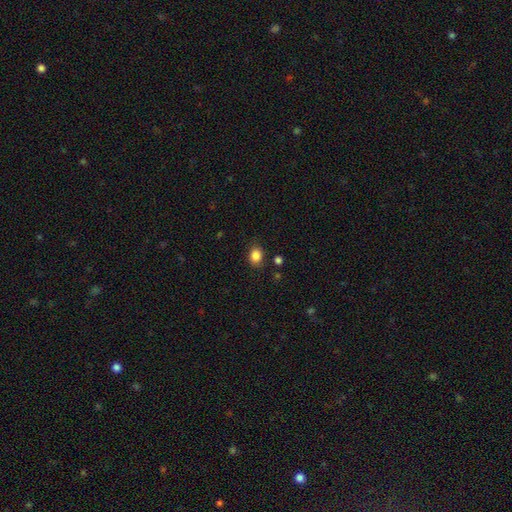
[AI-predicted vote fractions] smooth-or-featured: smooth: 85% | star or artifact: 10% | featured or disk: 4%
  how-rounded: round: 51% | in between: 48% | cigar-shaped: 1%
  merging: none: 81% | minor disturbance: 13% | major disturbance: 3% | merger: 3%